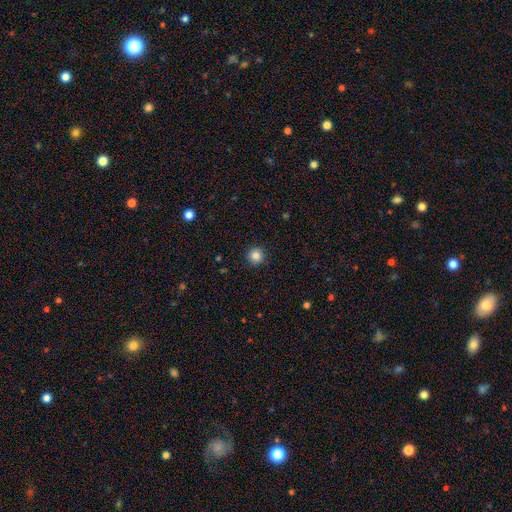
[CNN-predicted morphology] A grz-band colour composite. It shows a smooth galaxy with no disk features (83%) that is round (95%). Merging: none (92%).